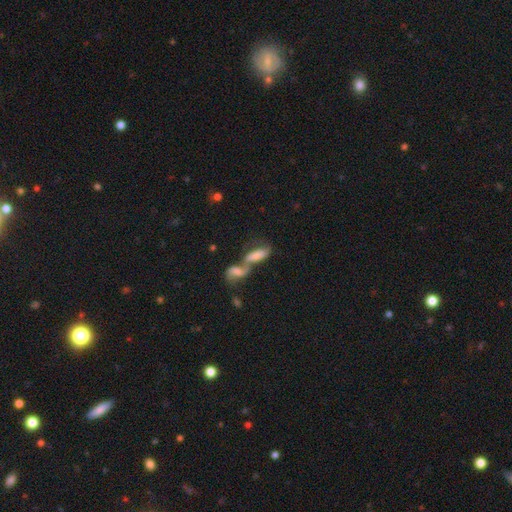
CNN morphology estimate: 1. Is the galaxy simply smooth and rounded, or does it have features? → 56% smooth, 32% featured or disk, 12% star or artifact.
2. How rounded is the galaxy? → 69% in between, 28% cigar-shaped, 4% round.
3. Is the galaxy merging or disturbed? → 72% merger, 14% none, 7% major disturbance, 6% minor disturbance.